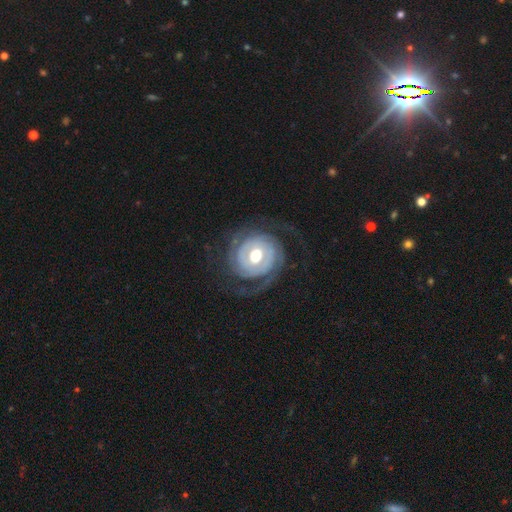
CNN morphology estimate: smooth-or-featured: featured or disk: 85% | smooth: 10% | star or artifact: 4%
  disk-edge-on: no: 97% | yes: 3%
    bar: no: 54% | weak: 33% | strong: 13%
    has-spiral-arms: yes: 91% | no: 9%
      spiral-winding: tight: 64% | medium: 24% | loose: 12%
      spiral-arm-count: 2: 50% | can't tell: 20% | 3: 12% | 1: 8% | 4: 5% | more than 4: 5%
    bulge-size: moderate: 73% | large: 15% | small: 9% | dominant: 1% | none: 1%
  merging: none: 70% | major disturbance: 15% | minor disturbance: 14% | merger: 1%